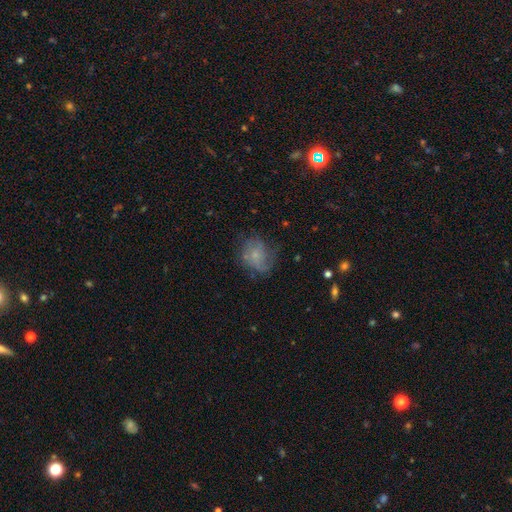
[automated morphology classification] featured or disk 47%, smooth 43%, star or artifact 10%. Down the decision tree: merging — none (54%).